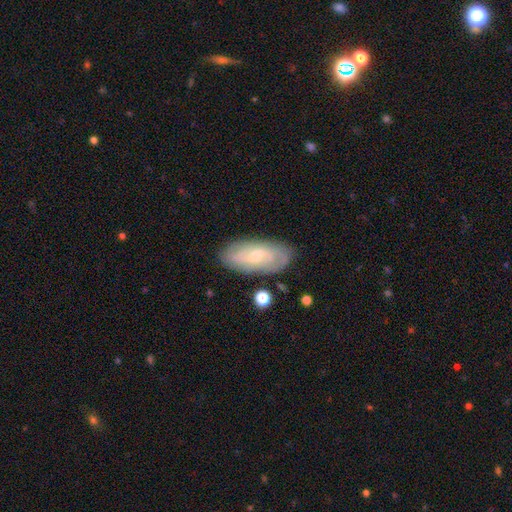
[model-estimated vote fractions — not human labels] A featured or disk galaxy (62%) with no bar (52%), spiral arms (82%) and a small central bulge (65%). Merging: none (81%).